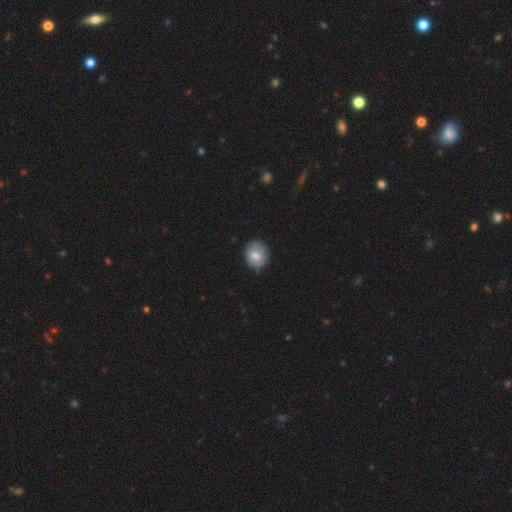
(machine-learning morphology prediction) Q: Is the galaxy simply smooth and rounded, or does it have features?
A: smooth — 73%.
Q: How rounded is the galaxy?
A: round — 60%.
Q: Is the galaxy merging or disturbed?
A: none — 75%.